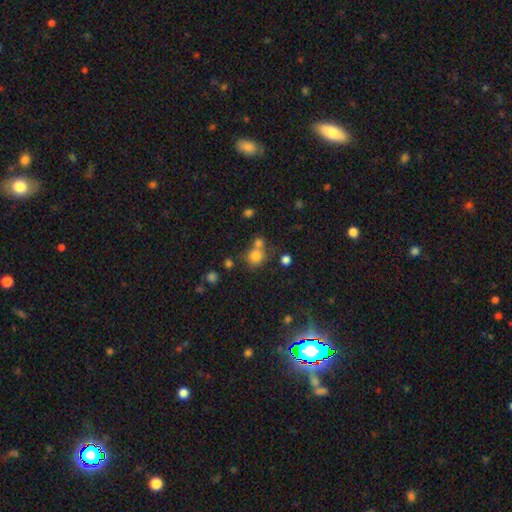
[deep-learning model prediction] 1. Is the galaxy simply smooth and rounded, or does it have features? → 77% smooth, 14% star or artifact, 8% featured or disk.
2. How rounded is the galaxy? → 83% round, 16% in between, 1% cigar-shaped.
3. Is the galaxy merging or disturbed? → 53% none, 32% merger, 10% minor disturbance, 4% major disturbance.